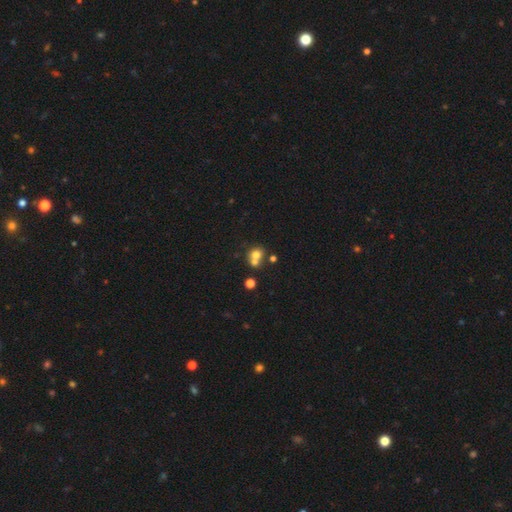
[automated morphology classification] A smooth galaxy with no disk features (71%) that is round (76%).

Vote fractions:
- Smooth or featured? smooth: 71% / featured or disk: 16% / star or artifact: 14%
- How rounded? round: 76% / in between: 23% / cigar-shaped: 1%
- Merging? merger: 50% / none: 38% / minor disturbance: 8% / major disturbance: 4%